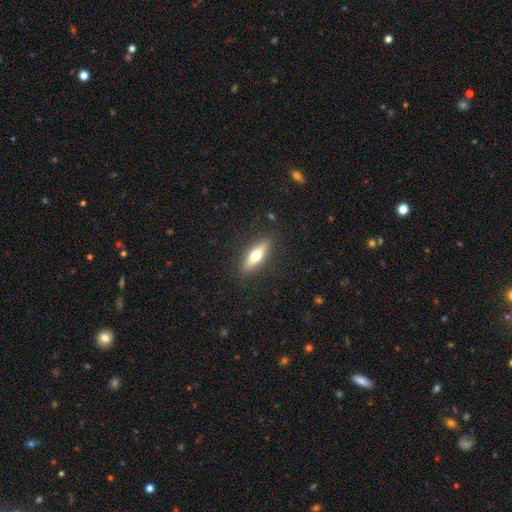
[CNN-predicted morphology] This appears to be a smooth galaxy with no disk features (56%) that is cigar-shaped (52%). Merging: none (88%).